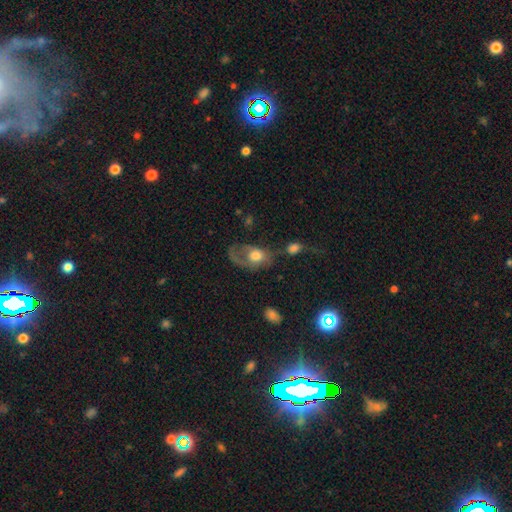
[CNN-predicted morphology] The model was most divided on "smooth or featured": smooth: 50%, featured or disk: 41%, star or artifact: 9%. Remaining: merging — major disturbance (43%).